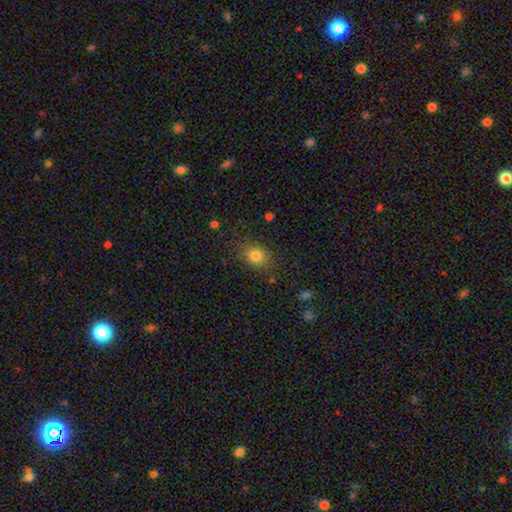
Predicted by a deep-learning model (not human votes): smooth_or_featured: smooth (p=0.81) [alt: star or artifact p=0.12]
how_rounded: round (p=0.49) [tied with: in between p=0.49]
merging: none (p=0.80) [alt: minor disturbance p=0.13]